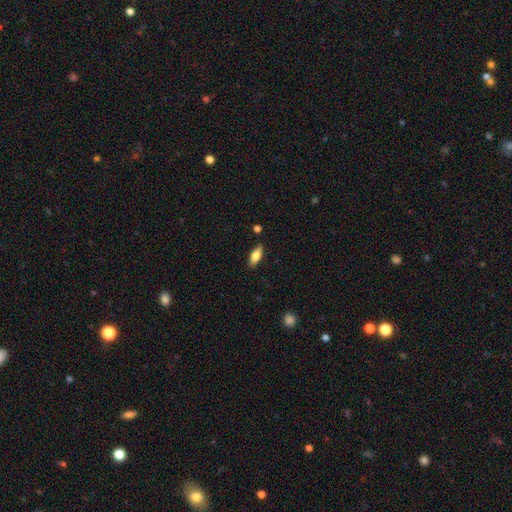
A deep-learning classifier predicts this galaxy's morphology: A smooth galaxy with no disk features (73%) that is in between round and cigar-shaped (74%). Merging: none (85%).